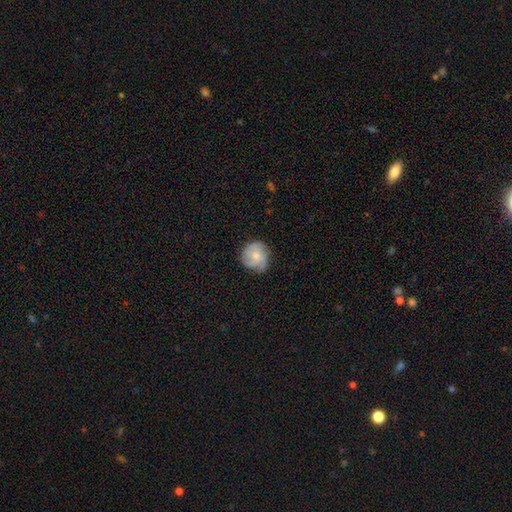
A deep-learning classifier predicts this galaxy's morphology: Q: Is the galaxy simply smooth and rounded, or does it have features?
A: featured or disk — 49%.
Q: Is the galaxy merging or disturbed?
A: none — 70%.